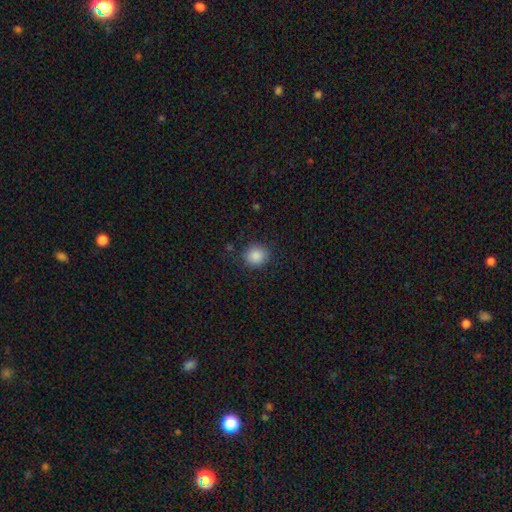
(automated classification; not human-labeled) A smooth galaxy with no disk features (87%) that is round (80%).

Vote fractions:
- Smooth or featured? smooth: 87% / star or artifact: 10% / featured or disk: 4%
- How rounded? round: 80% / in between: 19% / cigar-shaped: 1%
- Merging? none: 86% / minor disturbance: 10% / major disturbance: 3% / merger: 1%